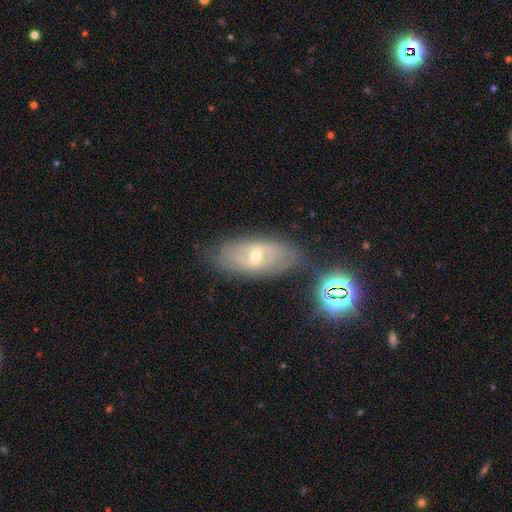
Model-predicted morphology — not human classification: This appears to be a featured or disk galaxy (72%) with a weak bar (55%), 2 (46%) tight (47%) spiral arms (84%) and a small central bulge (49%). Merging: none (76%).